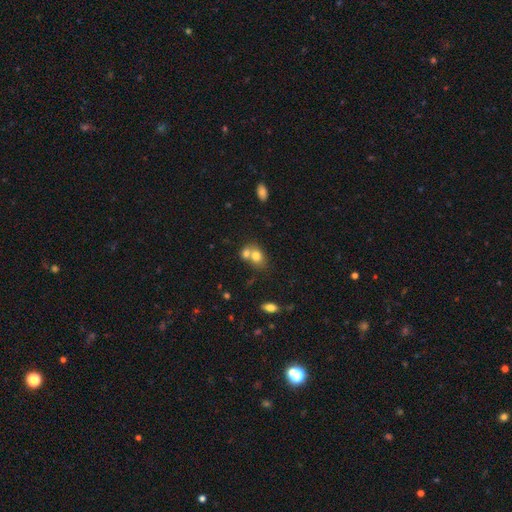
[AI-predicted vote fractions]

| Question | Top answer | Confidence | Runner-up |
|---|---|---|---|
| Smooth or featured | smooth | 74% | featured or disk (15%) |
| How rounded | in between | 57% | round (42%) |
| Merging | merger | 57% | none (32%) |